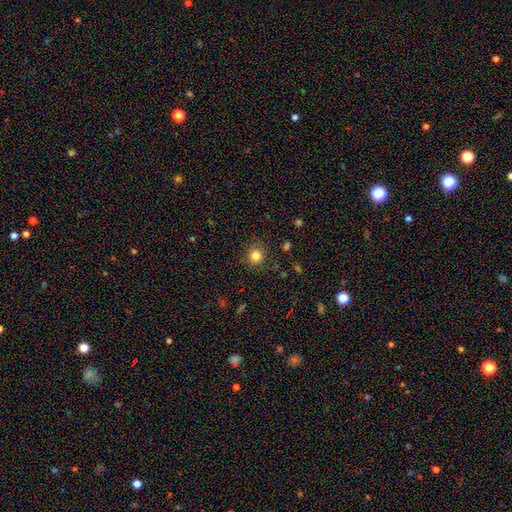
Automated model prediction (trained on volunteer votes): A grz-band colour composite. It shows a smooth galaxy with no disk features (82%) that is round (90%). Merging: none (86%).